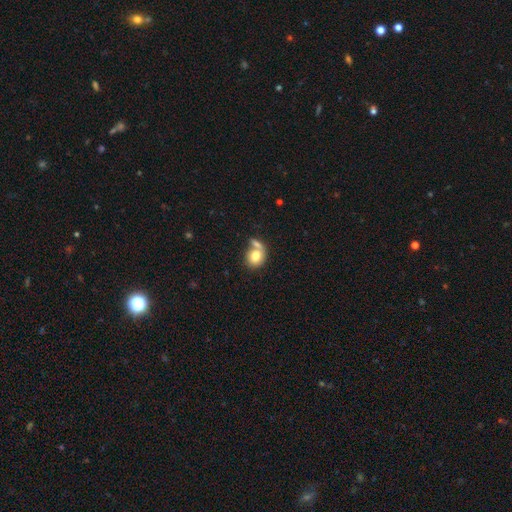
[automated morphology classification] smooth_or_featured: smooth (p=0.76) [alt: featured or disk p=0.15]
how_rounded: round (p=0.61) [alt: in between p=0.38]
merging: merger (p=0.40) [tied with: none p=0.40]